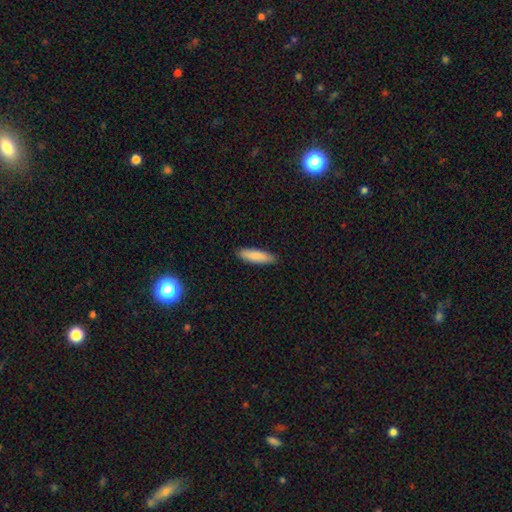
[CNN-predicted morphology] The model was most divided on "how rounded": cigar-shaped: 60%, in between: 39%, round: 1%. More confident: merging — none (89%); smooth or featured — smooth (86%).